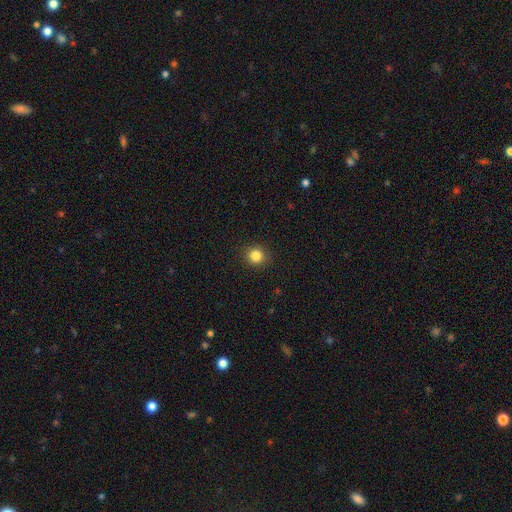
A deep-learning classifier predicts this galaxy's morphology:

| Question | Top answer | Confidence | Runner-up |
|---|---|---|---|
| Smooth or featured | smooth | 84% | star or artifact (11%) |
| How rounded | round | 89% | in between (10%) |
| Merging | none | 91% | minor disturbance (6%) |